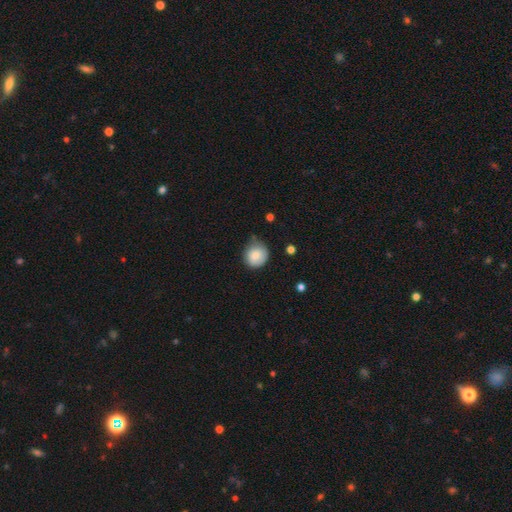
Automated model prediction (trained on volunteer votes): Q: Smooth or featured?
A: smooth (84%); runner-up: featured or disk (8%)
Q: How rounded?
A: round (84%); runner-up: in between (15%)
Q: Merging?
A: none (60%); runner-up: minor disturbance (31%)